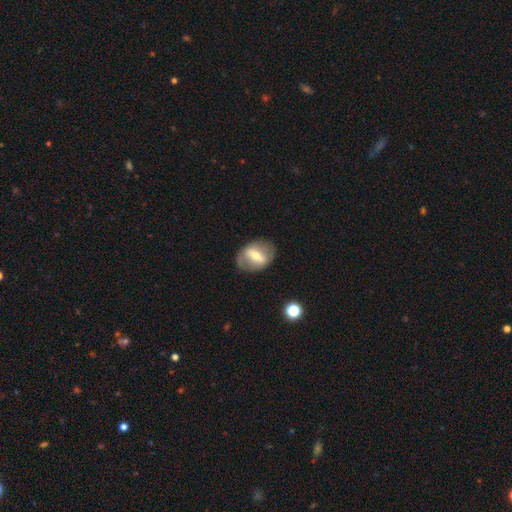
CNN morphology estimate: type=featured or disk (55%); edge-on=no (85%); merging=none (79%).